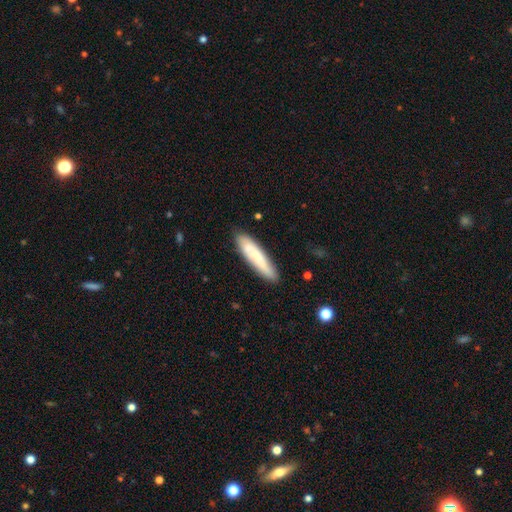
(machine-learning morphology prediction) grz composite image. It shows a smooth galaxy with no disk features (69%) that is cigar-shaped (82%). Merging: none (84%).